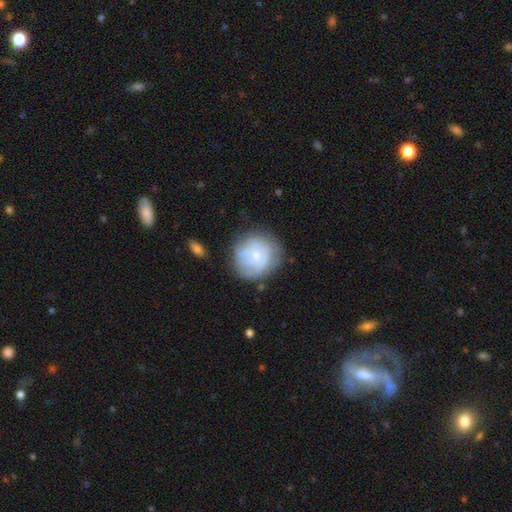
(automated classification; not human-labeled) This is possibly a featured or disk galaxy (50%). Merging: likely none (67%).